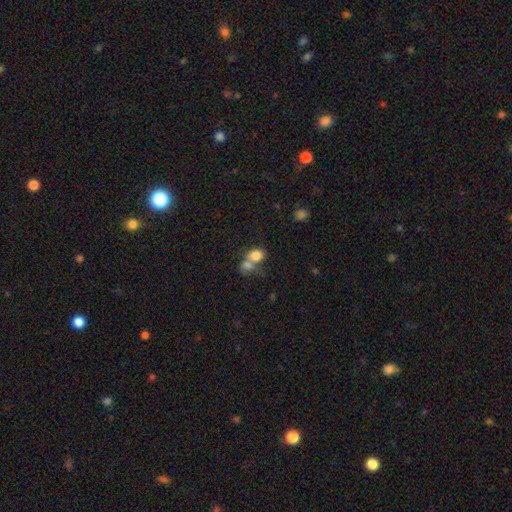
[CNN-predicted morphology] Smooth or featured? Predicted: smooth (p=0.79). How rounded? Predicted: in between (p=0.51). Merging? Predicted: merger (p=0.63).